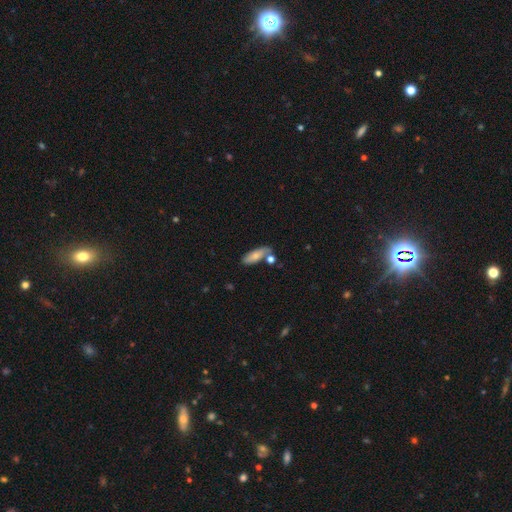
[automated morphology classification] smooth 70%, featured or disk 23%, star or artifact 7%. Down the decision tree: how rounded — in between (68%); merging — none (62%).